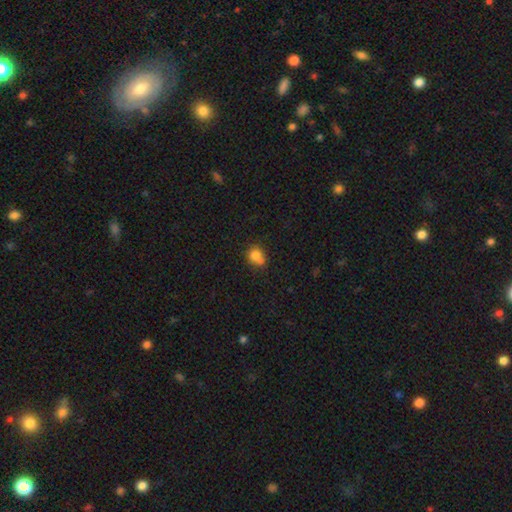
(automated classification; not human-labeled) smooth-or-featured: smooth: 79% | star or artifact: 11% | featured or disk: 10%
  how-rounded: round: 77% | in between: 23% | cigar-shaped: 1%
  merging: none: 47% | merger: 34% | minor disturbance: 15% | major disturbance: 5%